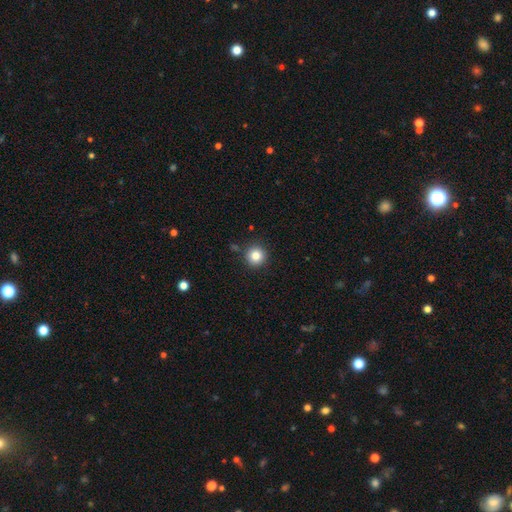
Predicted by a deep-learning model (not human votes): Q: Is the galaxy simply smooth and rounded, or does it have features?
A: smooth — 84%.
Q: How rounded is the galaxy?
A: round — 95%.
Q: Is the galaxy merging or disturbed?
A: none — 88%.